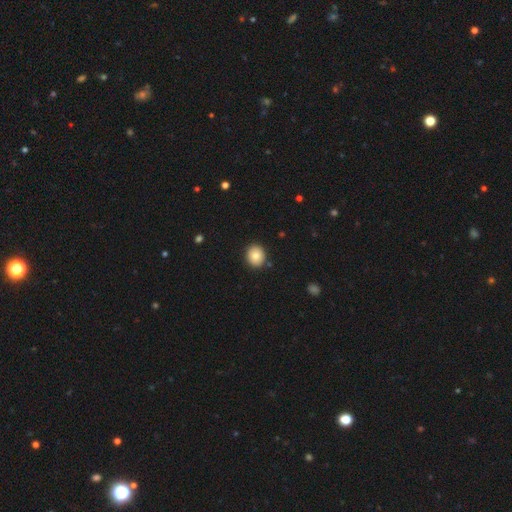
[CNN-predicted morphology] Q: Smooth or featured?
A: smooth (81%); runner-up: featured or disk (11%)
Q: How rounded?
A: round (72%); runner-up: in between (27%)
Q: Merging?
A: none (90%); runner-up: minor disturbance (7%)